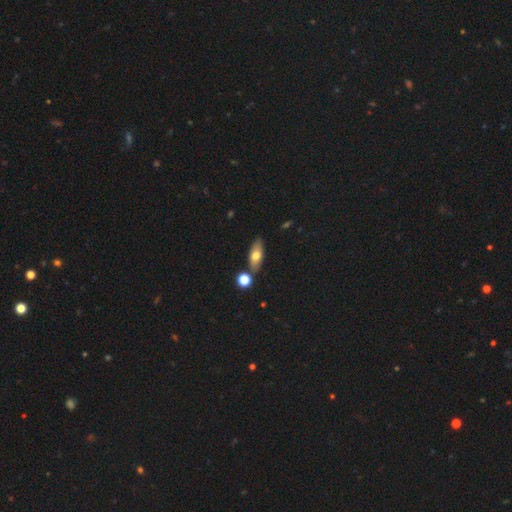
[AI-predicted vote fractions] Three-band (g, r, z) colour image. It shows a smooth galaxy with no disk features (68%) that is in between round and cigar-shaped (73%). Merging: none (78%).